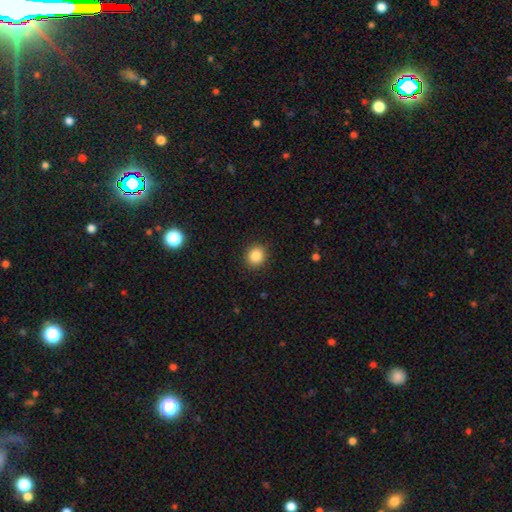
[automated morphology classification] This is clearly a smooth galaxy (86%). How rounded: clearly round (82%). Merging: clearly none (90%).